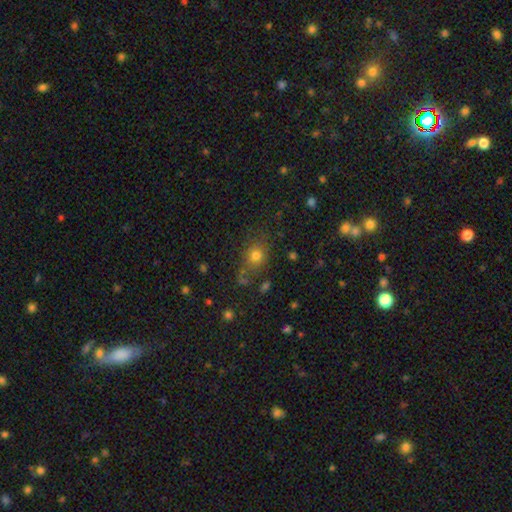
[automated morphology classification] type=smooth (75%); roundness=round (64%); merging=none (73%).